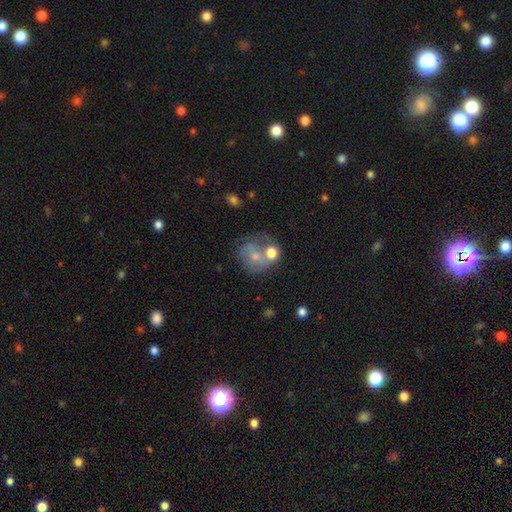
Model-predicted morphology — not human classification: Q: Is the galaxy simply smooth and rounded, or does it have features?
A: smooth — 45%.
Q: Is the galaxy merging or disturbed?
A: none — 41%.